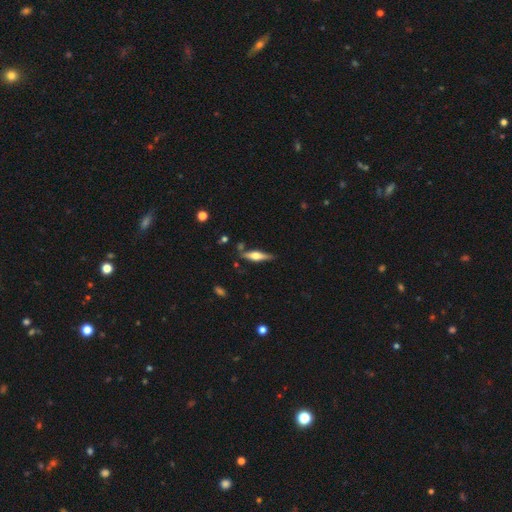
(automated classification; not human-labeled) smooth-or-featured: featured or disk: 60% | smooth: 34% | star or artifact: 6%
  disk-edge-on: yes: 95% | no: 5%
    edge-on-bulge: rounded: 89% | boxy: 9% | none: 3%
  merging: none: 79% | minor disturbance: 13% | merger: 5% | major disturbance: 3%